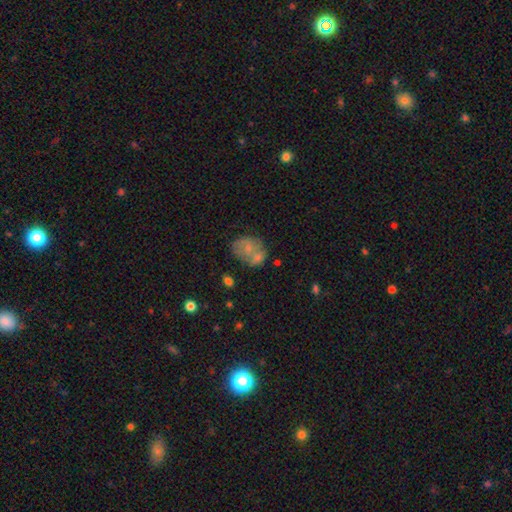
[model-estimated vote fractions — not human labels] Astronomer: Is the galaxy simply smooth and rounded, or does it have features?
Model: smooth — 60%.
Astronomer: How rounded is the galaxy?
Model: in between — 50% (runner-up: round, 49%).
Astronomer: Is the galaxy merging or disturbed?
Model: merger — 41% (runner-up: none, 34%).